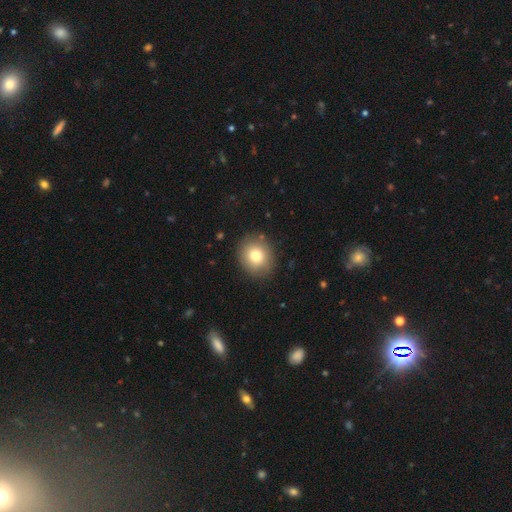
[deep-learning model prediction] A smooth galaxy with no disk features (79%) that is round (79%). Merging: none (88%).